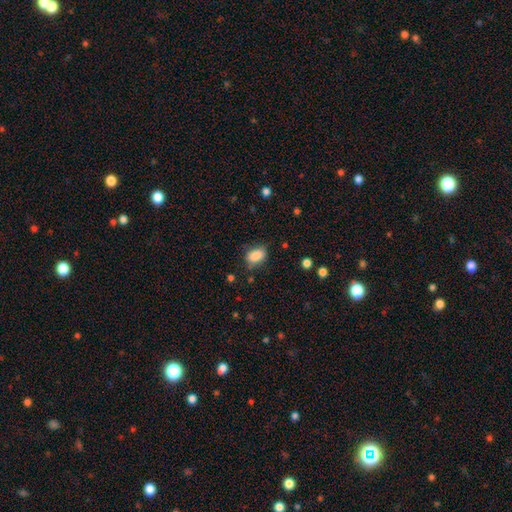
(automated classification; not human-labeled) The model was most divided on "merging": none: 73%, minor disturbance: 20%, major disturbance: 5%, merger: 2%. More confident: smooth or featured — smooth (86%); how rounded — in between (81%).